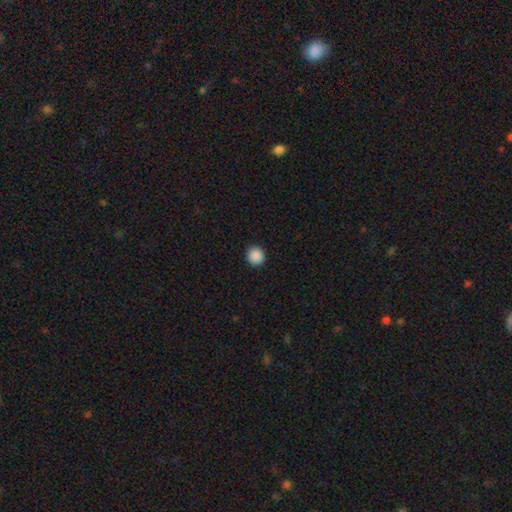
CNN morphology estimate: smooth_or_featured: smooth (p=0.89) [alt: star or artifact p=0.09]
how_rounded: round (p=0.90) [alt: in between p=0.09]
merging: none (p=0.92) [alt: minor disturbance p=0.05]